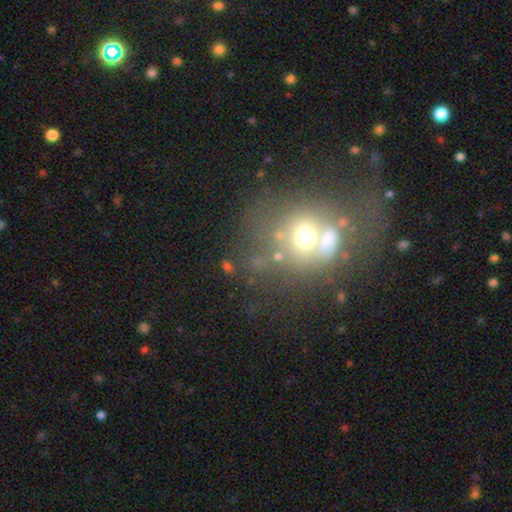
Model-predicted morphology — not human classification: smooth_or_featured: smooth (p=0.46) [alt: featured or disk p=0.32]
merging: merger (p=0.41) [alt: none p=0.31]